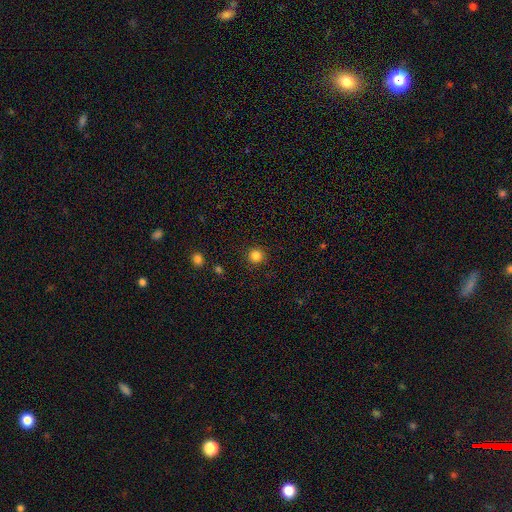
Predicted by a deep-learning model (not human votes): This appears to be a smooth galaxy with no disk features (84%) that is round (94%). Merging: none (91%).